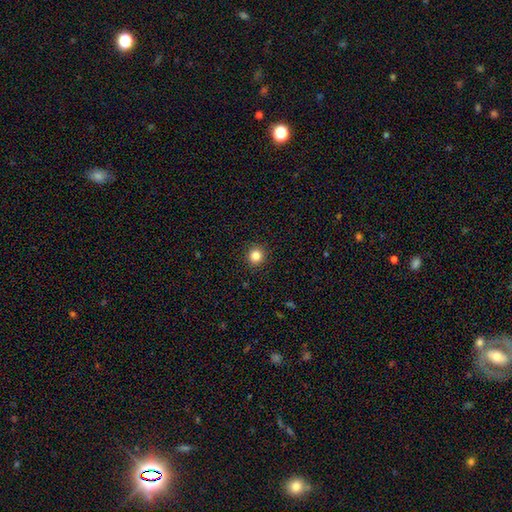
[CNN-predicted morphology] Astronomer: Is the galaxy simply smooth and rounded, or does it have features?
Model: smooth — 83%.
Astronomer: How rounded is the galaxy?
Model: round — 93%.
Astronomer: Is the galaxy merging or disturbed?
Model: none — 92%.